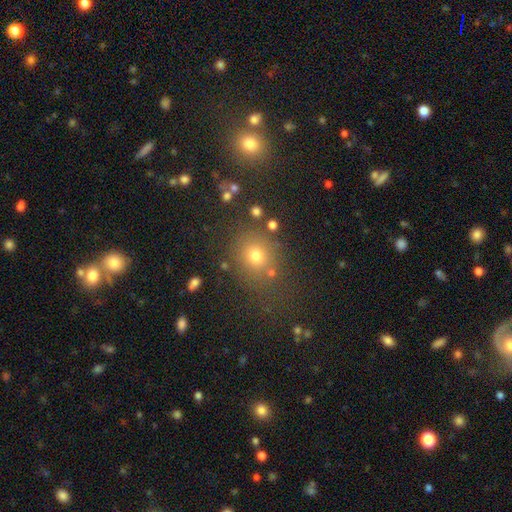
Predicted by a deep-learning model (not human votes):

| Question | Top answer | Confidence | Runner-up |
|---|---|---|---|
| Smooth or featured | smooth | 68% | star or artifact (23%) |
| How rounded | round | 74% | in between (25%) |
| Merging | none | 75% | minor disturbance (11%) |